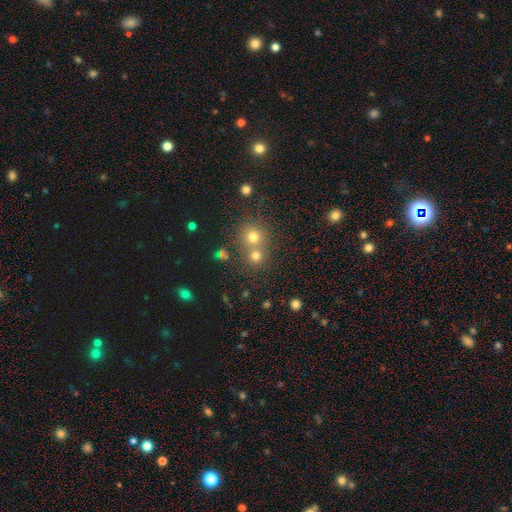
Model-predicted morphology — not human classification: The model was most divided on "merging": none: 51%, merger: 40%, minor disturbance: 6%, major disturbance: 3%. More confident: how rounded — round (87%); smooth or featured — smooth (73%).